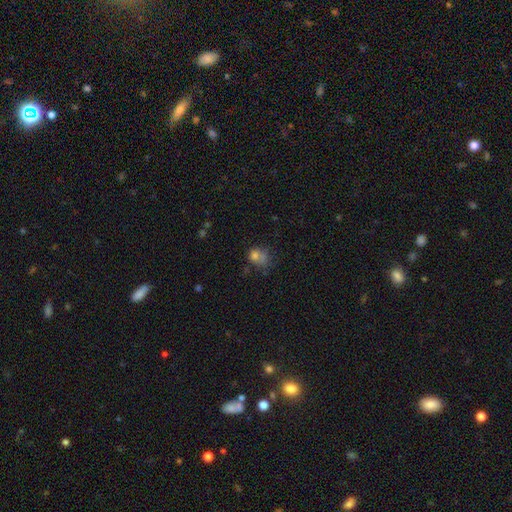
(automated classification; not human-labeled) Smooth or featured? Predicted: smooth (p=0.70). How rounded? Predicted: round (p=0.59). Merging? Predicted: none (p=0.35).